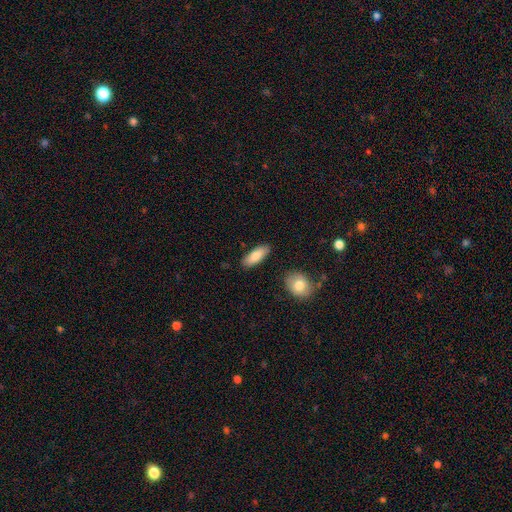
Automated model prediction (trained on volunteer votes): Smooth or featured? smooth (82%)
How rounded? in between (74%)
Merging? none (85%)